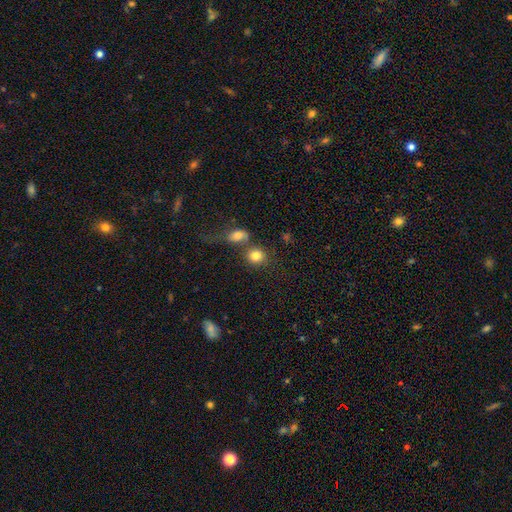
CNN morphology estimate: A smooth galaxy with no disk features (81%) that is round (79%).

Vote fractions:
- Smooth or featured? smooth: 81% / star or artifact: 10% / featured or disk: 9%
- How rounded? round: 79% / in between: 20% / cigar-shaped: 1%
- Merging? none: 52% / merger: 32% / minor disturbance: 10% / major disturbance: 7%